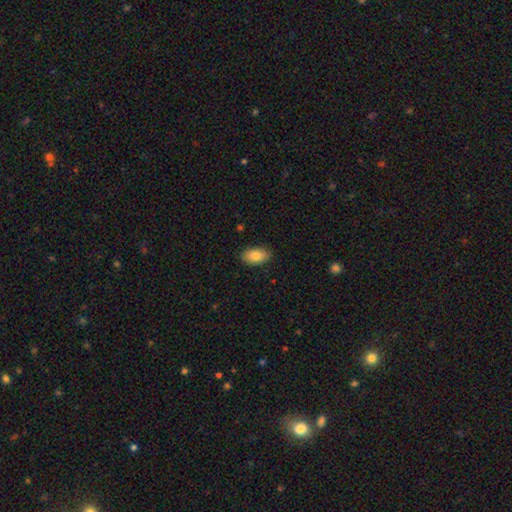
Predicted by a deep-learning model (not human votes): Q: Smooth or featured?
A: smooth (83%); runner-up: featured or disk (10%)
Q: How rounded?
A: in between (93%); runner-up: round (4%)
Q: Merging?
A: none (88%); runner-up: minor disturbance (10%)